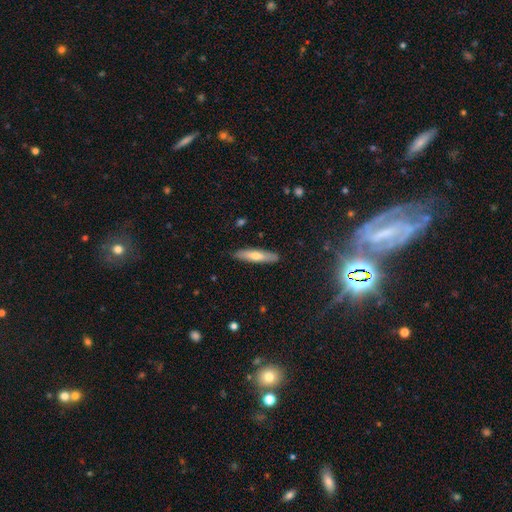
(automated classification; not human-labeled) Q: Smooth or featured?
A: smooth (58%); runner-up: featured or disk (35%)
Q: How rounded?
A: cigar-shaped (80%); runner-up: in between (19%)
Q: Merging?
A: none (87%); runner-up: minor disturbance (10%)